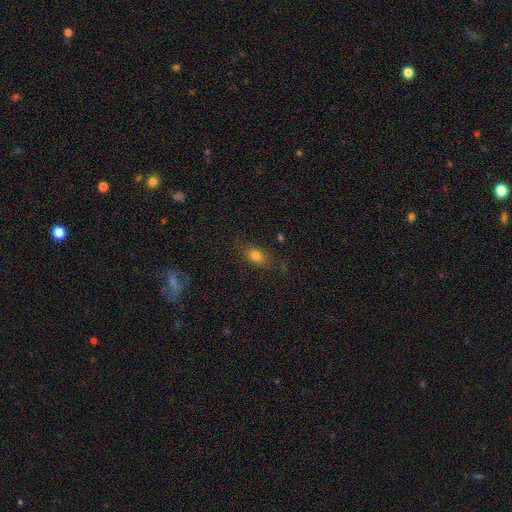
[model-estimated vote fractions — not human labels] Smooth or featured? Predicted: smooth (p=0.76). How rounded? Predicted: in between (p=0.69). Merging? Predicted: none (p=0.75).